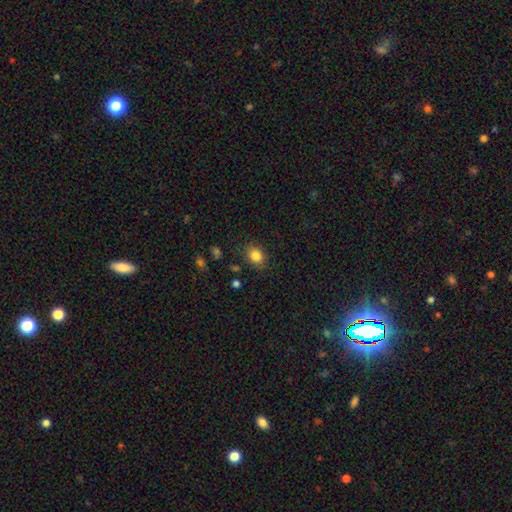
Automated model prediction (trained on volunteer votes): This appears to be a smooth galaxy with no disk features (84%) that is in between round and cigar-shaped (58%). Merging: none (82%).